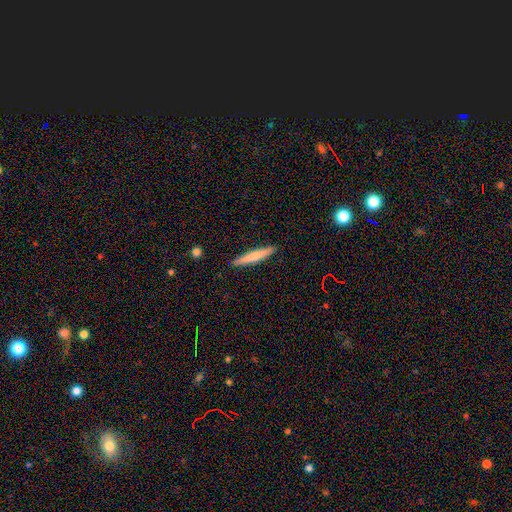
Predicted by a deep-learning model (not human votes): The model was most divided on "smooth or featured": smooth: 69%, featured or disk: 25%, star or artifact: 5%. More confident: how rounded — cigar-shaped (95%); merging — none (91%).